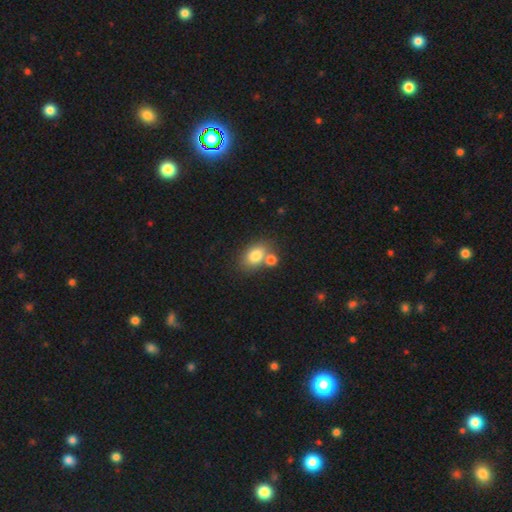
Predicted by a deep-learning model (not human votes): Smooth or featured?
  - smooth: 79% *
  - featured or disk: 11%
  - star or artifact: 9%
How rounded?
  - in between: 76% *
  - round: 23%
  - cigar-shaped: 2%
Merging?
  - none: 51% *
  - merger: 34%
  - minor disturbance: 11%
  - major disturbance: 4%